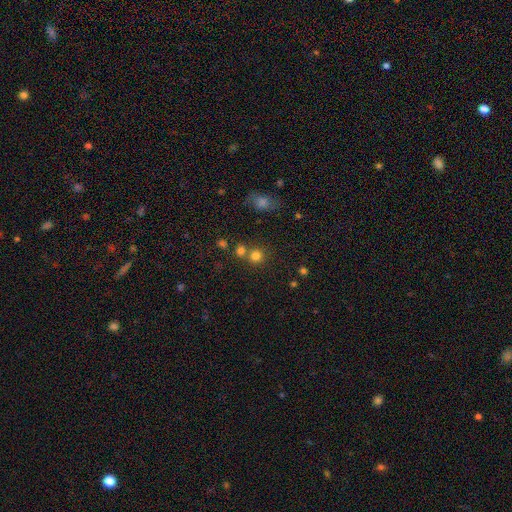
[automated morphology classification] The model was most divided on "merging": none: 64%, merger: 26%, minor disturbance: 7%, major disturbance: 3%. More confident: how rounded — round (90%); smooth or featured — smooth (77%).